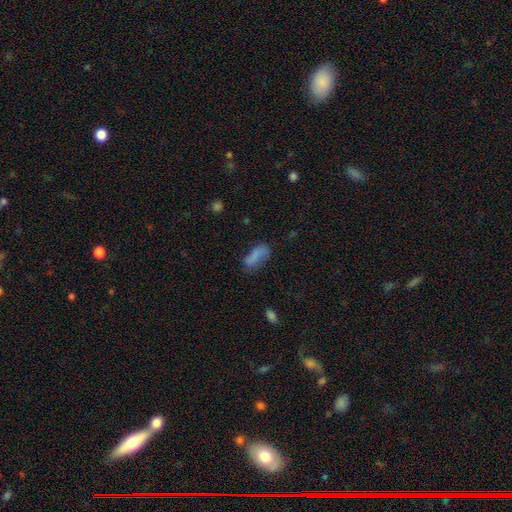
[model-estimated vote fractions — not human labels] The model was most divided on "merging": none: 50%, minor disturbance: 29%, major disturbance: 15%, merger: 6%. More confident: how rounded — in between (76%); smooth or featured — smooth (72%).